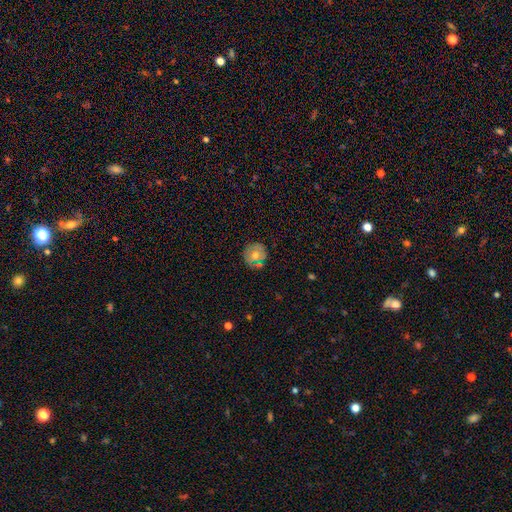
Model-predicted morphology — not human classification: Q: Smooth or featured?
A: smooth (59%); runner-up: featured or disk (32%)
Q: How rounded?
A: round (91%); runner-up: in between (8%)
Q: Merging?
A: none (76%); runner-up: minor disturbance (13%)